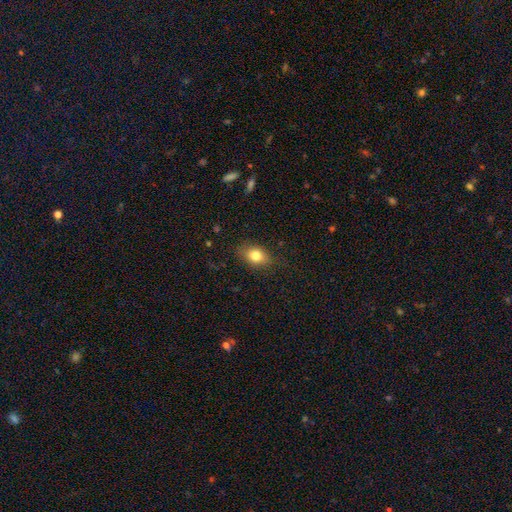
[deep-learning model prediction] smooth-or-featured: smooth: 80% | featured or disk: 10% | star or artifact: 10%
  how-rounded: in between: 70% | round: 28% | cigar-shaped: 2%
  merging: none: 78% | minor disturbance: 17% | major disturbance: 4% | merger: 1%